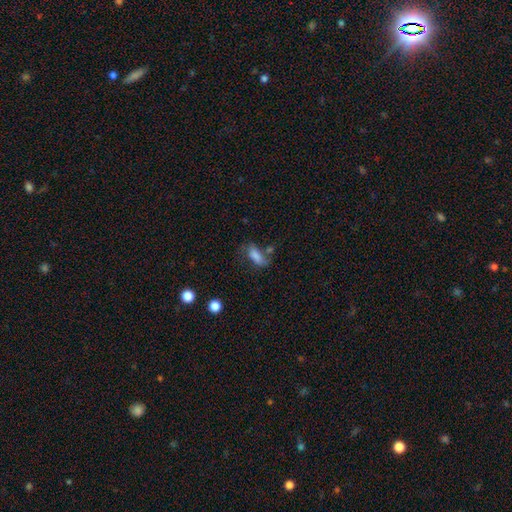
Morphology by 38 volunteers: type=smooth (63%); roundness=in between (88%); merging=major disturbance (34%).